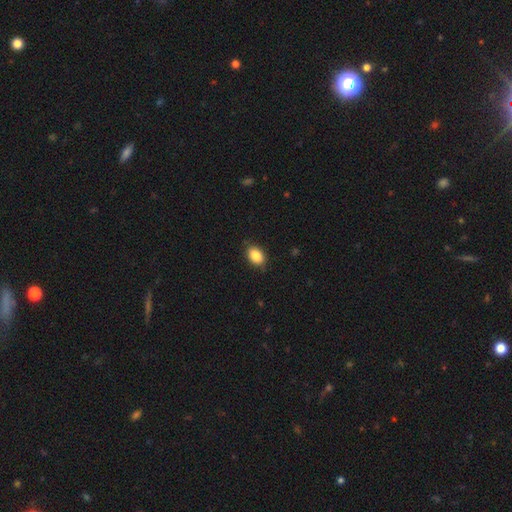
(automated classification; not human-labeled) A smooth galaxy with no disk features (87%) that is in between round and cigar-shaped (80%).

Vote fractions:
- Smooth or featured? smooth: 87% / star or artifact: 8% / featured or disk: 5%
- How rounded? in between: 80% / round: 19% / cigar-shaped: 1%
- Merging? none: 84% / minor disturbance: 12% / major disturbance: 2% / merger: 1%